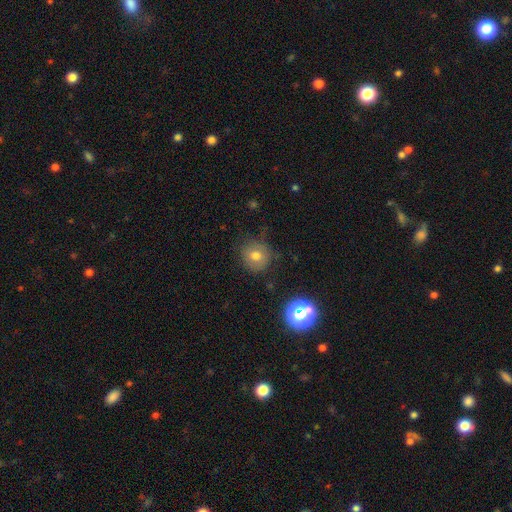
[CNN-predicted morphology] smooth 71%, star or artifact 16%, featured or disk 13%. Down the decision tree: how rounded — round (89%); merging — none (77%).